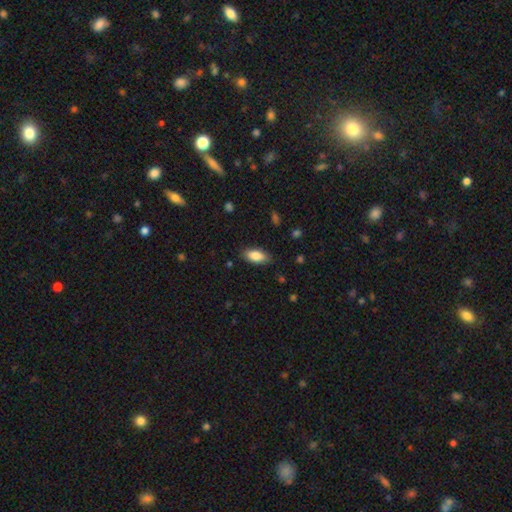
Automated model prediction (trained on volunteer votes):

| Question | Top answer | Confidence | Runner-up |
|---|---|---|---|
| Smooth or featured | smooth | 84% | featured or disk (9%) |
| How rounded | in between | 87% | cigar-shaped (10%) |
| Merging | none | 83% | minor disturbance (13%) |